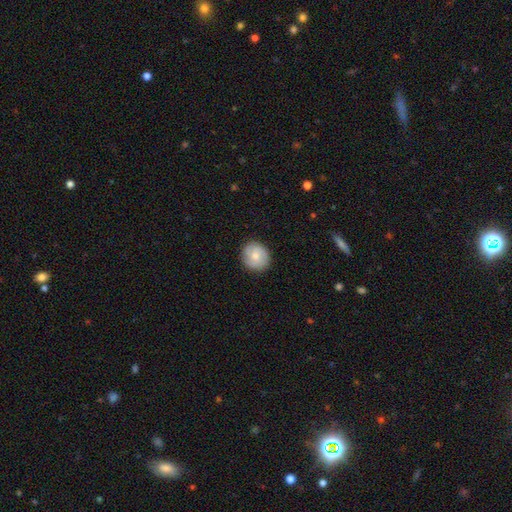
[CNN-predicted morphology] Smooth or featured: smooth — 58% (featured or disk — 36%)
How rounded: round — 83% (in between — 16%)
Merging: none — 87% (minor disturbance — 10%)